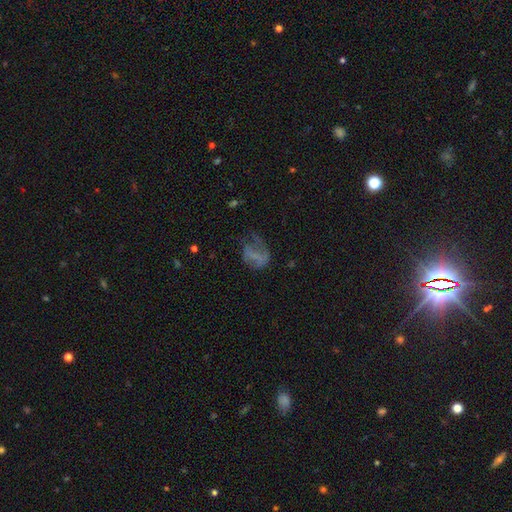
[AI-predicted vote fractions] The model was most divided on "smooth or featured": smooth: 46%, featured or disk: 37%, star or artifact: 17%. Remaining: merging — major disturbance (43%).